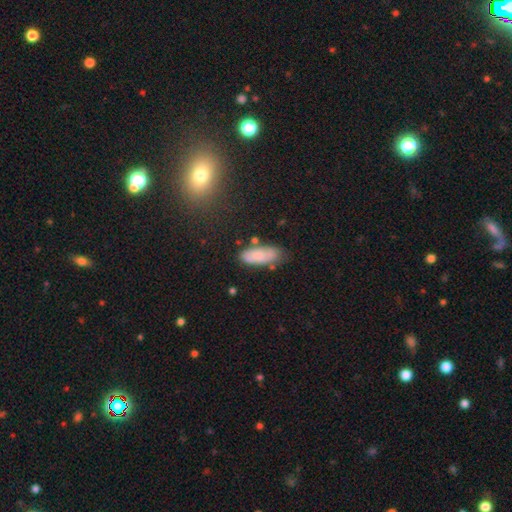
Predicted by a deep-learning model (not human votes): smooth_or_featured: smooth (p=0.75) [alt: featured or disk p=0.18]
how_rounded: in between (p=0.81) [alt: cigar-shaped p=0.17]
merging: none (p=0.62) [alt: minor disturbance p=0.24]